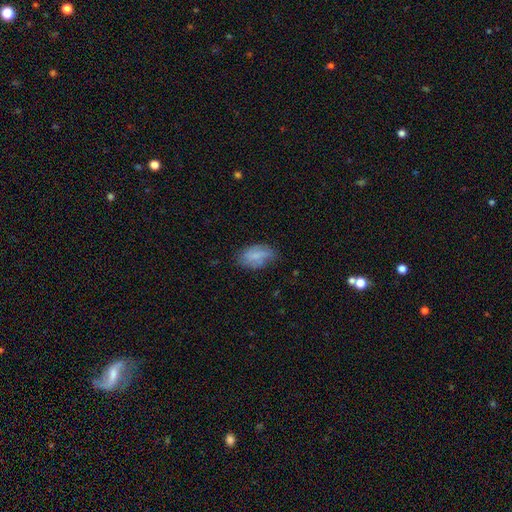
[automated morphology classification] Smooth or featured?
  - smooth: 74% *
  - featured or disk: 18%
  - star or artifact: 8%
How rounded?
  - in between: 91% *
  - round: 6%
  - cigar-shaped: 3%
Merging?
  - none: 60% *
  - minor disturbance: 30%
  - major disturbance: 8%
  - merger: 2%